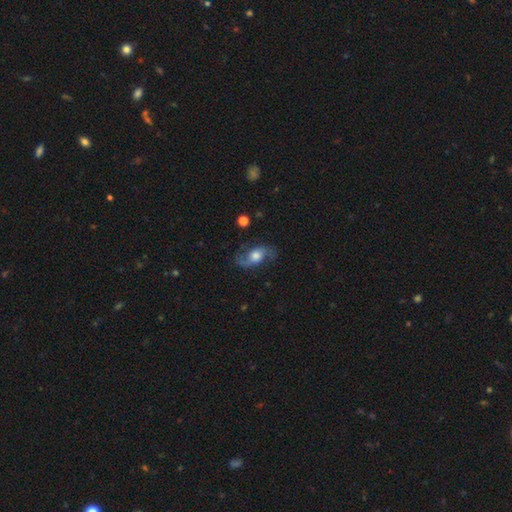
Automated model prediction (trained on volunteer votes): Smooth or featured?
  - featured or disk: 69% *
  - smooth: 24%
  - star or artifact: 7%
Edge-on disk?
  - no: 93% *
  - yes: 7%
Bar?
  - no: 65% *
  - weak: 28%
  - strong: 7%
Spiral arms?
  - yes: 90% *
  - no: 10%
Spiral winding?
  - loose: 61% *
  - medium: 31%
  - tight: 8%
Spiral arm count?
  - 2: 89% *
  - can't tell: 4%
  - 1: 4%
  - 3: 1%
  - 4: 1%
  - more than 4: 1%
Bulge size?
  - moderate: 52% *
  - large: 29%
  - small: 13%
  - dominant: 3%
  - none: 3%
Merging?
  - none: 70% *
  - minor disturbance: 18%
  - major disturbance: 10%
  - merger: 2%